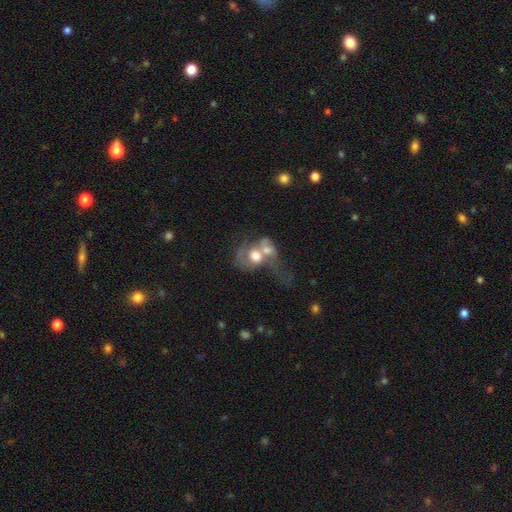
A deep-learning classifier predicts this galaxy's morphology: smooth 50%, featured or disk 42%, star or artifact 8%. Down the decision tree: merging — merger (76%).